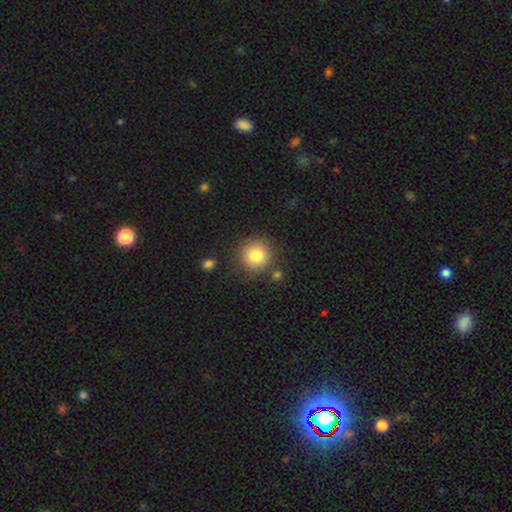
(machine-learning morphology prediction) The model was most divided on "merging": none: 82%, minor disturbance: 9%, merger: 5%, major disturbance: 3%. More confident: how rounded — round (92%); smooth or featured — smooth (83%).